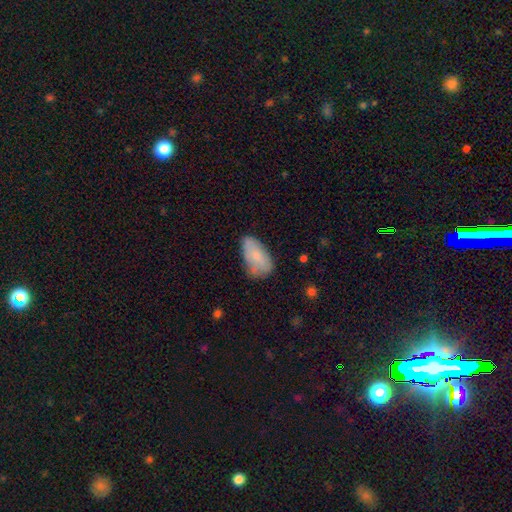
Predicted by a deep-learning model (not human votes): This is likely a smooth galaxy (74%). How rounded: clearly in between (93%). Merging: possibly none (56%).